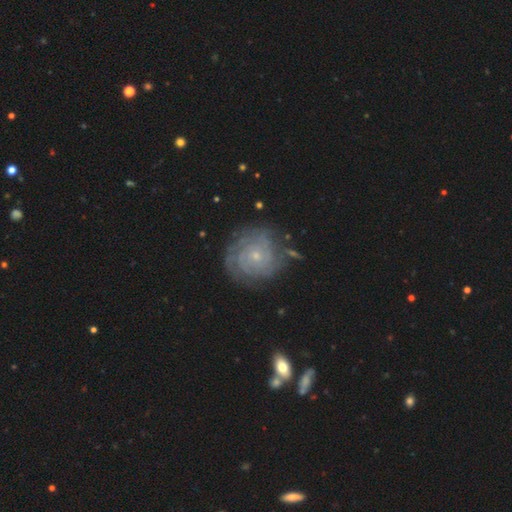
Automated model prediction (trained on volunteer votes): The model was most divided on "spiral arm count": can't tell: 41%, 3: 15%, 4: 15%, 2: 14%, more than 4: 8%, 1: 6%. More confident: edge-on disk — no (97%); spiral arms — yes (94%); bar — no (80%); smooth or featured — featured or disk (80%); spiral winding — tight (80%); bulge size — small (79%); merging — none (75%).